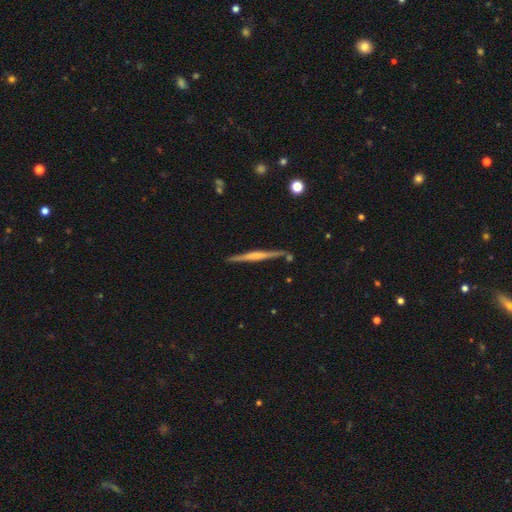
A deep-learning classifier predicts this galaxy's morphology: A featured or disk galaxy (73%) viewed edge-on (98%) with a rounded central bulge (52%).

Vote fractions:
- Smooth or featured? featured or disk: 73% / smooth: 21% / star or artifact: 6%
- Edge-on disk? yes: 98% / no: 2%
- Edge-on bulge? rounded: 52% / none: 26% / boxy: 22%
- Merging? none: 86% / minor disturbance: 9% / merger: 3% / major disturbance: 2%